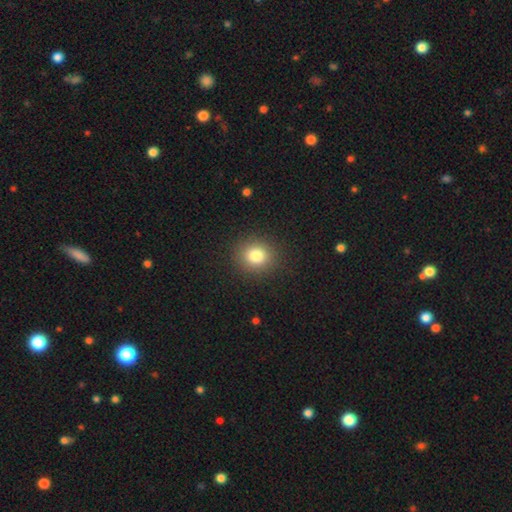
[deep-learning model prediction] A smooth galaxy with no disk features (81%) that is round (82%).

Vote fractions:
- Smooth or featured? smooth: 81% / star or artifact: 12% / featured or disk: 7%
- How rounded? round: 82% / in between: 17% / cigar-shaped: 1%
- Merging? none: 90% / minor disturbance: 7% / major disturbance: 3% / merger: 1%